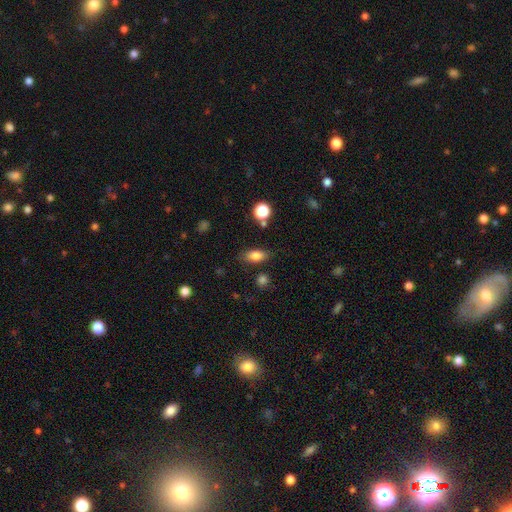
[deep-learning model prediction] smooth_or_featured: smooth (p=0.81) [alt: star or artifact p=0.10]
how_rounded: in between (p=0.84) [alt: round p=0.08]
merging: none (p=0.79) [alt: minor disturbance p=0.13]